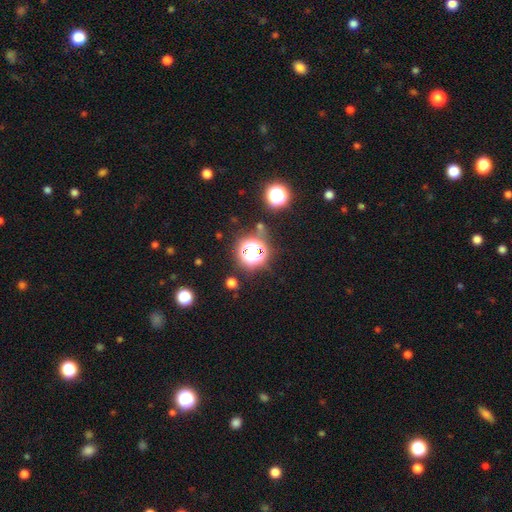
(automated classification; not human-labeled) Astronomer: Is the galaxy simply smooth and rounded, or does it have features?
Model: star or artifact — 78%.